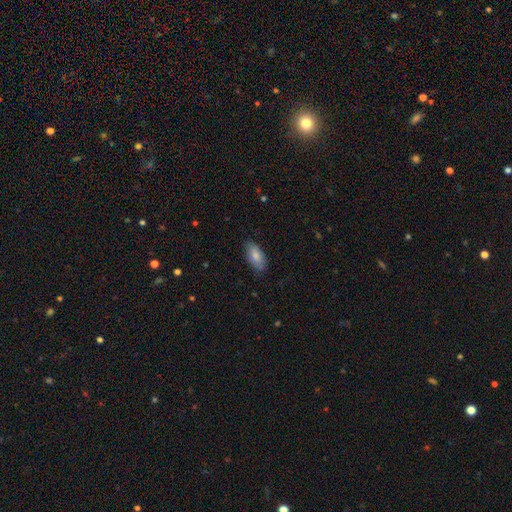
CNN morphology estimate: Overall: smooth (81%). How rounded: in between (90%). Merging: none (79%).